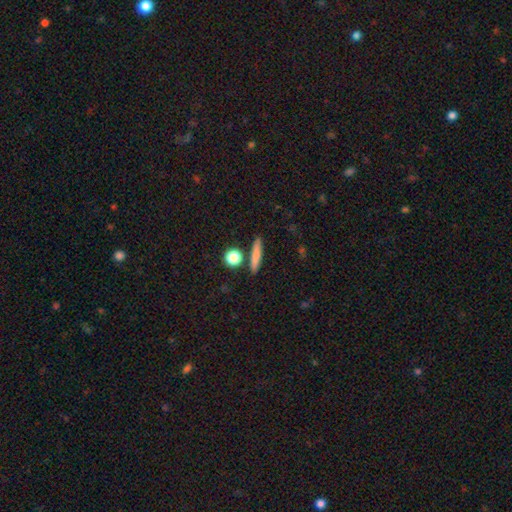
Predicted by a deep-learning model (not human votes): Morphology: type=smooth (77%); roundness=cigar-shaped (77%); merging=none (85%).